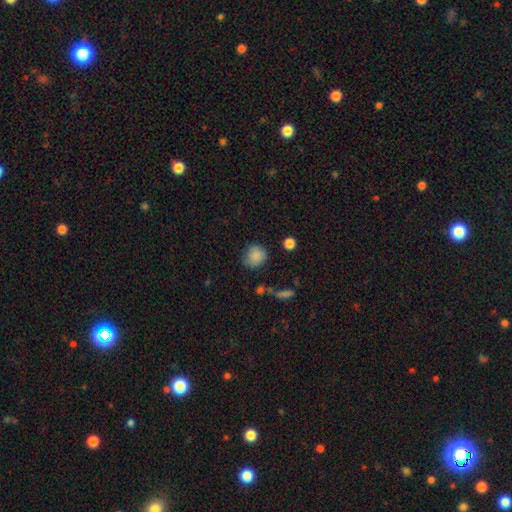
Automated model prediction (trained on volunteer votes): This is clearly a smooth galaxy (85%). How rounded: likely round (76%). Merging: likely none (68%).